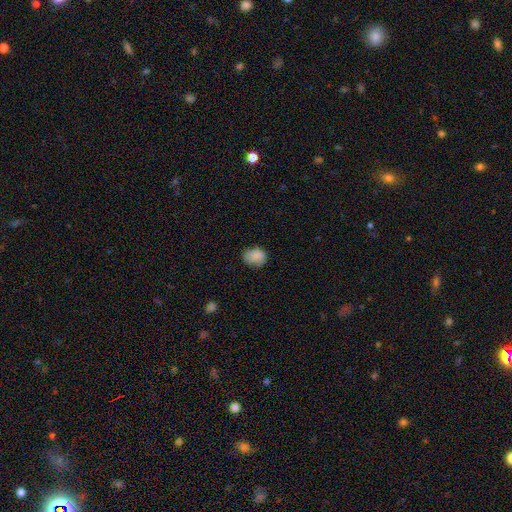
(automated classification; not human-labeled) Smooth or featured?
  - smooth: 84% *
  - star or artifact: 8%
  - featured or disk: 7%
How rounded?
  - in between: 53% *
  - round: 46%
  - cigar-shaped: 1%
Merging?
  - none: 69% *
  - minor disturbance: 24%
  - major disturbance: 6%
  - merger: 1%